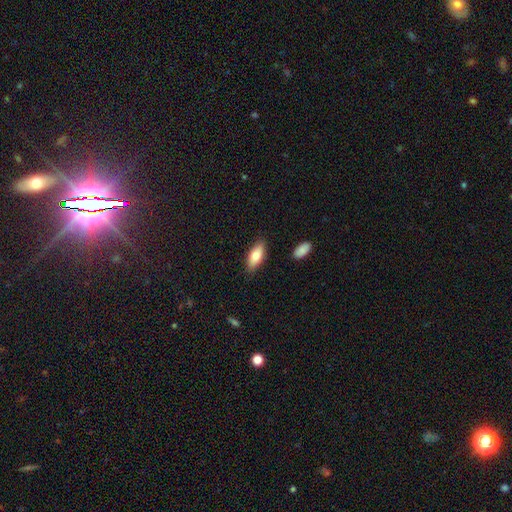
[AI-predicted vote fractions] smooth 78%, featured or disk 15%, star or artifact 6%. Down the decision tree: how rounded — in between (79%); merging — none (84%).